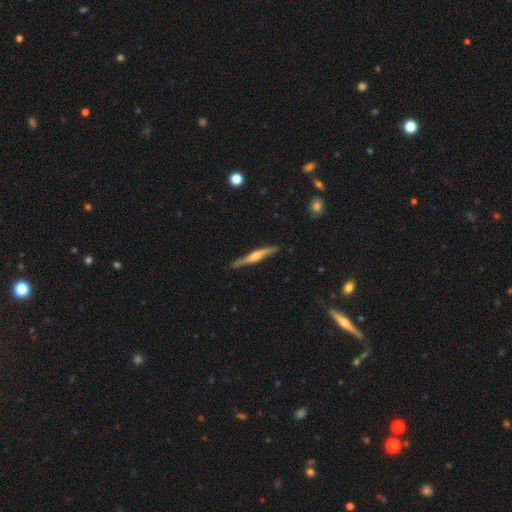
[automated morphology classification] Q: Smooth or featured?
A: featured or disk (71%); runner-up: smooth (23%)
Q: Edge-on disk?
A: yes (97%); runner-up: no (3%)
Q: Edge-on bulge?
A: rounded (85%); runner-up: none (8%)
Q: Merging?
A: none (88%); runner-up: minor disturbance (9%)